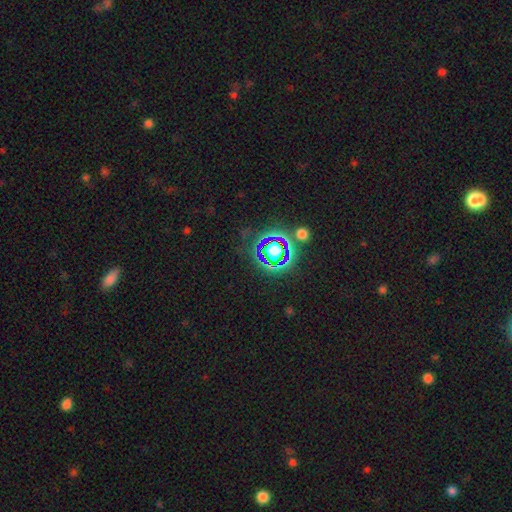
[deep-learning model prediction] Overall: star or artifact (79%).